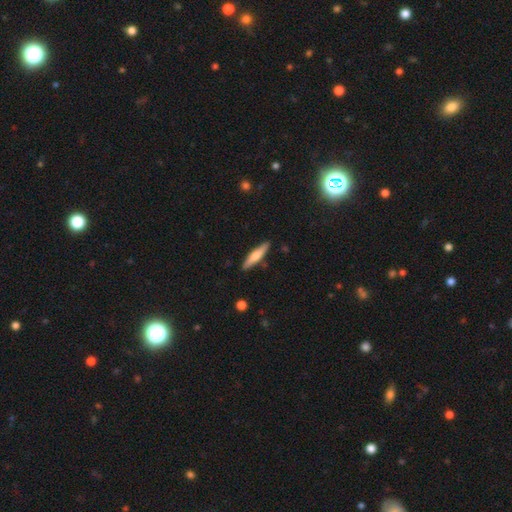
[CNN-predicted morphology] smooth_or_featured: smooth (p=0.60) [alt: featured or disk p=0.34]
how_rounded: cigar-shaped (p=0.84) [alt: in between p=0.14]
merging: none (p=0.88) [alt: minor disturbance p=0.09]